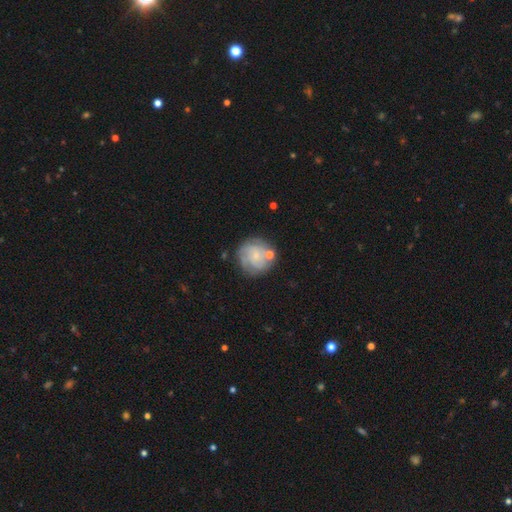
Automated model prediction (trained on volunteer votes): Overall: featured or disk (56%; smooth 36%). Edge-on disk: no (98%). Bar: no (72%). Spiral arms: yes (79%). Bulge size: small (61%; none 22%). Merging: none (66%).